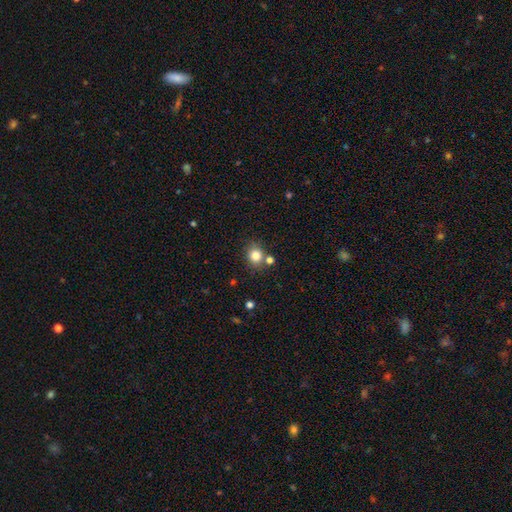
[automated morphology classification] Smooth or featured? smooth (82%)
How rounded? round (78%)
Merging? none (74%)